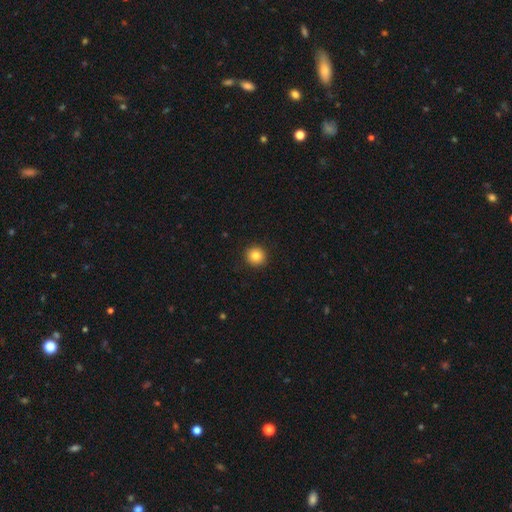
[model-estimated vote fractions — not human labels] Smooth or featured? smooth (83%)
How rounded? round (93%)
Merging? none (92%)